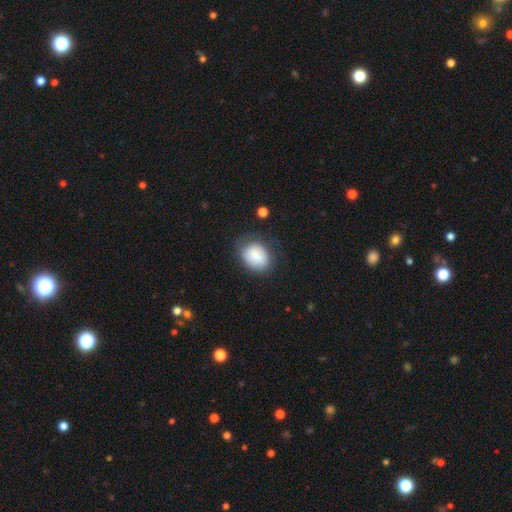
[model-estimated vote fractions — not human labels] smooth 77%, featured or disk 15%, star or artifact 8%. Down the decision tree: how rounded — in between (55%); merging — none (60%).